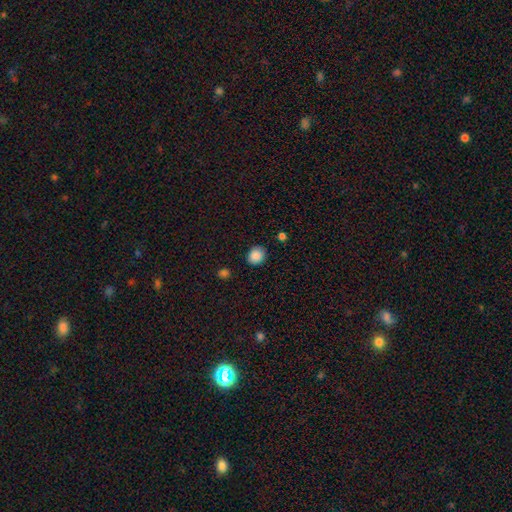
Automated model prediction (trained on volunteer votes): A smooth galaxy with no disk features (88%) that is round (66%). Merging: none (85%).